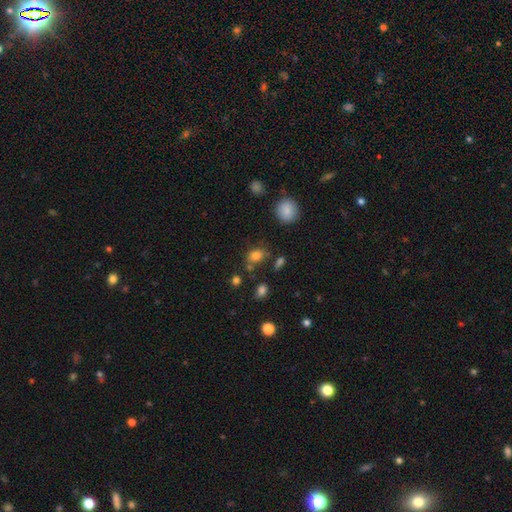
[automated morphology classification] This is likely a smooth galaxy (80%). How rounded: possibly in between (60%). Merging: likely none (68%).